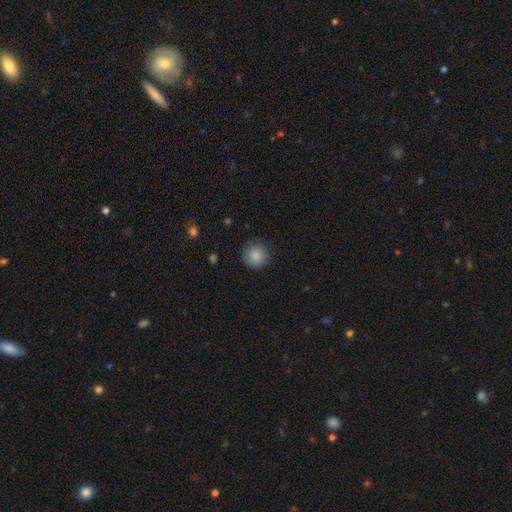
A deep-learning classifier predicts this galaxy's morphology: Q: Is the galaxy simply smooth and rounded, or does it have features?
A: smooth — 87%.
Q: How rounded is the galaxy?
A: round — 94%.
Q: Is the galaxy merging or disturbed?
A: none — 87%.